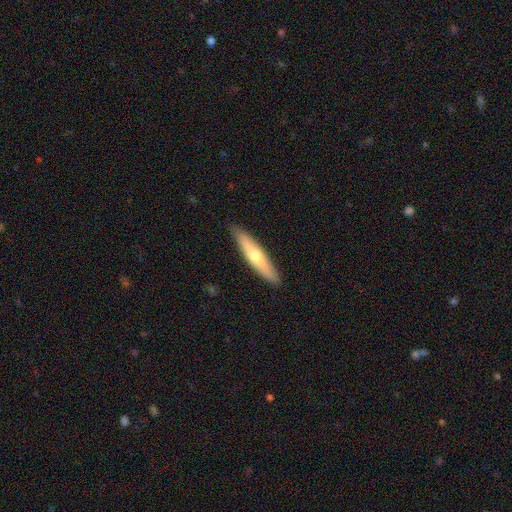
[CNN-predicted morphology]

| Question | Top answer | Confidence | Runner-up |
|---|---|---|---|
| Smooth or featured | smooth | 51% | featured or disk (44%) |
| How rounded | cigar-shaped | 84% | in between (14%) |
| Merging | none | 89% | minor disturbance (9%) |